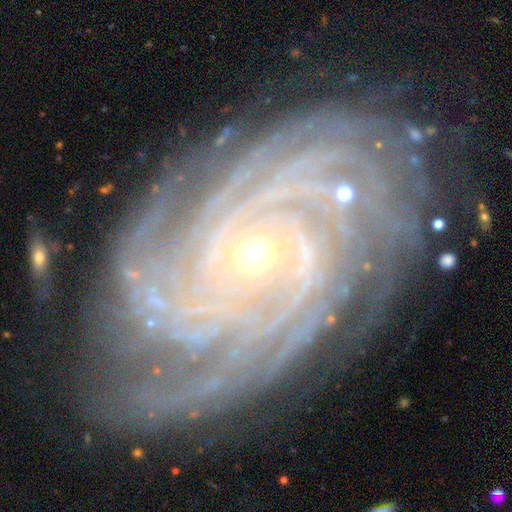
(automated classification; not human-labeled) Morphology: type=featured or disk (91%); edge-on=no (97%); bar=no (69%); spiral arms=yes (98%); winding=tight (82%); arm count=more than 4 (24%); bulge=small (75%); merging=none (74%).